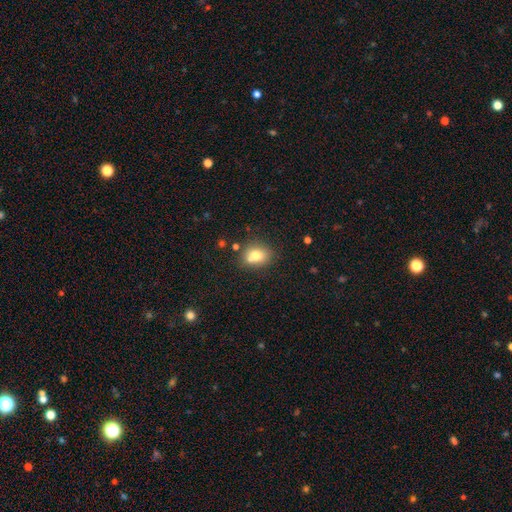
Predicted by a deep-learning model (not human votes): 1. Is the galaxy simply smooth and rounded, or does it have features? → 75% smooth, 14% featured or disk, 11% star or artifact.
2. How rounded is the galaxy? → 57% round, 42% in between, 1% cigar-shaped.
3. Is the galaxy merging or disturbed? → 62% none, 19% merger, 15% minor disturbance, 4% major disturbance.